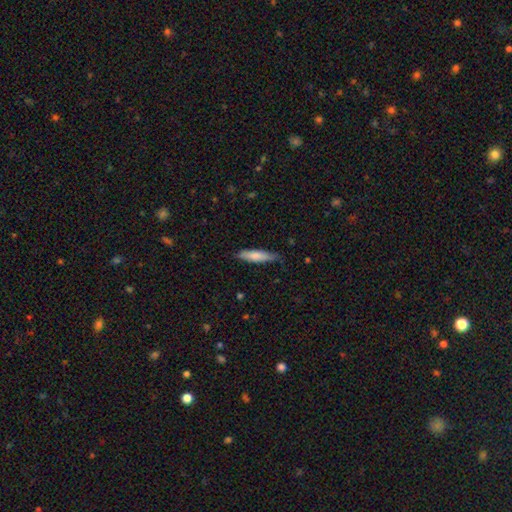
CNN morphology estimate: A smooth galaxy with no disk features (76%) that is cigar-shaped (78%).

Vote fractions:
- Smooth or featured? smooth: 76% / featured or disk: 19% / star or artifact: 5%
- How rounded? cigar-shaped: 78% / in between: 20% / round: 1%
- Merging? none: 76% / minor disturbance: 20% / major disturbance: 3% / merger: 1%